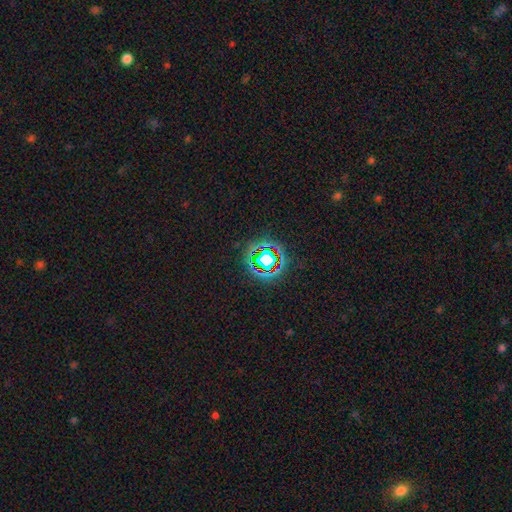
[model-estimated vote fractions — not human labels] Smooth or featured?
  - star or artifact: 76% *
  - smooth: 14%
  - featured or disk: 10%